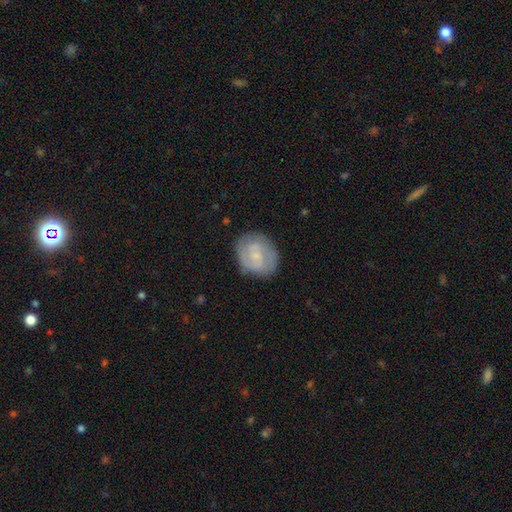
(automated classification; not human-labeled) Overall: featured or disk (66%; smooth 28%). Edge-on disk: no (98%). Bar: no (51%; weak 43%). Spiral arms: yes (89%). Spiral arm count: 2 (67%). Spiral winding: tight (51%; medium 39%). Bulge size: small (56%; moderate 22%). Merging: none (79%).